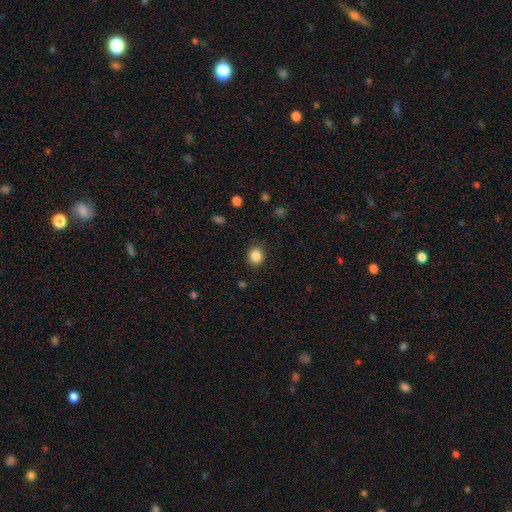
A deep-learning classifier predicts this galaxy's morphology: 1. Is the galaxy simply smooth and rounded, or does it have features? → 86% smooth, 10% star or artifact, 4% featured or disk.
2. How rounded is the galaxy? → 70% round, 29% in between, 1% cigar-shaped.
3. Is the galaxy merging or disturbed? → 88% none, 8% minor disturbance, 3% major disturbance, 1% merger.